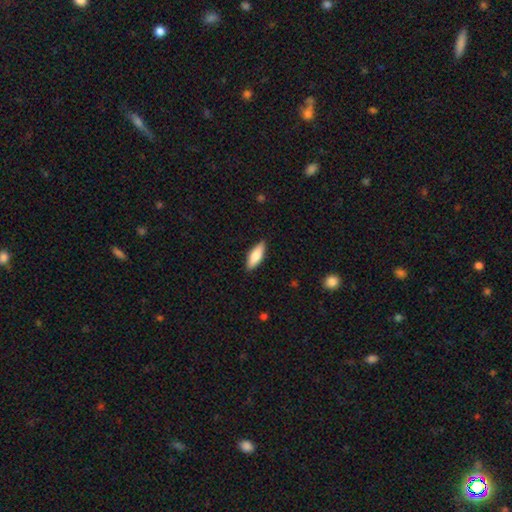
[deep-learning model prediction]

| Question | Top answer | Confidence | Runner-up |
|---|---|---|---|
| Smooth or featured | smooth | 77% | featured or disk (18%) |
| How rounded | in between | 56% | cigar-shaped (42%) |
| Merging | none | 88% | minor disturbance (9%) |